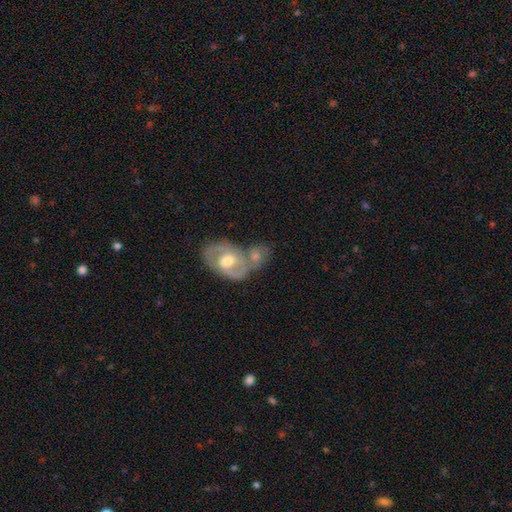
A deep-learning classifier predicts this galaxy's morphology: Smooth or featured: featured or disk — 61% (smooth — 31%)
Edge-on disk: no — 94% (yes — 6%)
Bar: weak — 44% (no — 42%)
Spiral arms: yes — 75% (no — 25%)
Bulge size: moderate — 72% (small — 15%)
Merging: merger — 47% (none — 36%)